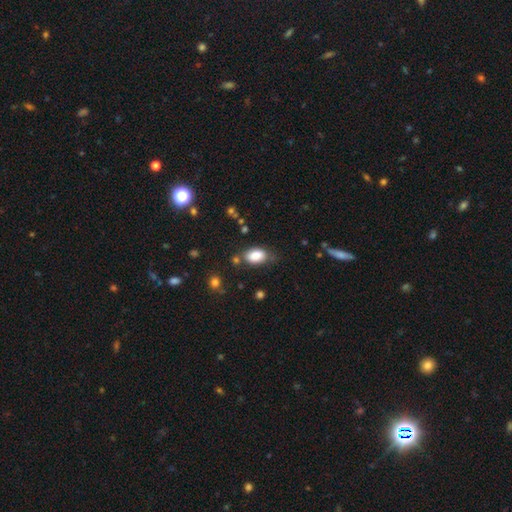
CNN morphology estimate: The model was most divided on "merging": none: 67%, minor disturbance: 23%, major disturbance: 6%, merger: 5%. More confident: how rounded — in between (90%); smooth or featured — smooth (86%).